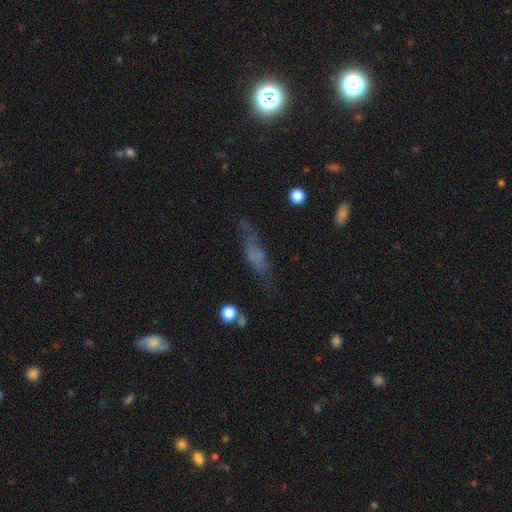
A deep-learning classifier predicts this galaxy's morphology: Smooth or featured?
  - smooth: 56% *
  - featured or disk: 31%
  - star or artifact: 13%
How rounded?
  - cigar-shaped: 65% *
  - in between: 32%
  - round: 4%
Merging?
  - none: 59% *
  - minor disturbance: 24%
  - major disturbance: 13%
  - merger: 3%